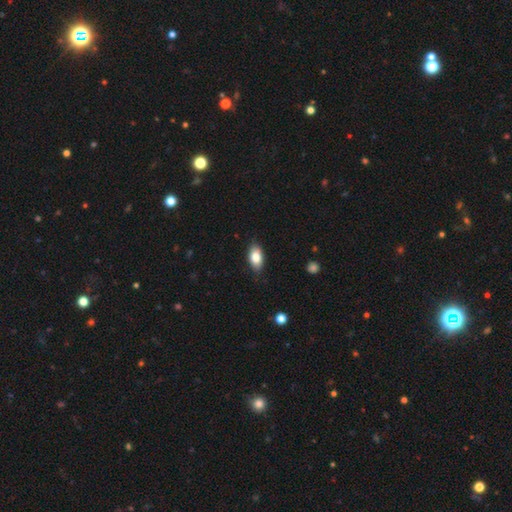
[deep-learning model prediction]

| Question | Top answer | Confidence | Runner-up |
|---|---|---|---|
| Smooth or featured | smooth | 83% | featured or disk (10%) |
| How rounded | in between | 91% | round (5%) |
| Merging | none | 84% | minor disturbance (12%) |